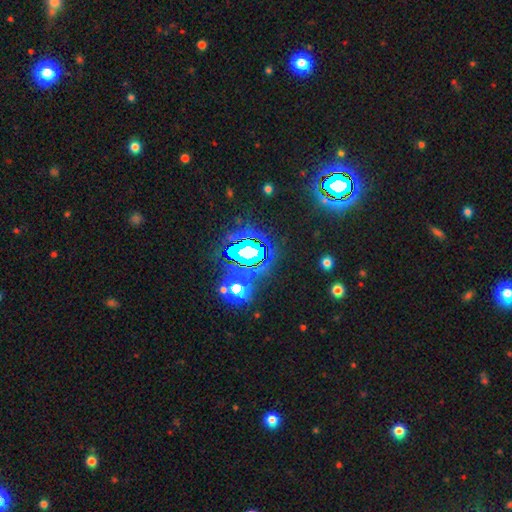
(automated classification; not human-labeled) Smooth or featured? star or artifact (75%)